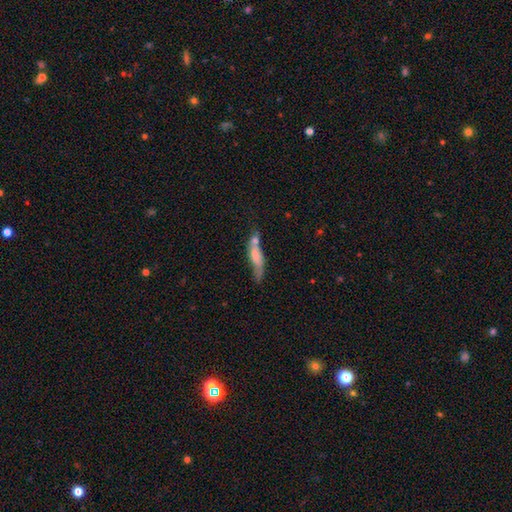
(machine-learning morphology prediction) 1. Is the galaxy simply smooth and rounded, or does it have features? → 55% smooth, 37% featured or disk, 7% star or artifact.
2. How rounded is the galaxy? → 63% cigar-shaped, 34% in between, 3% round.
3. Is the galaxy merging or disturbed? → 36% merger, 33% none, 20% minor disturbance, 11% major disturbance.